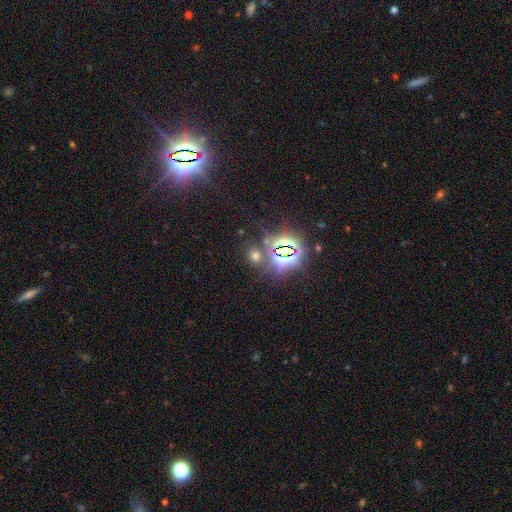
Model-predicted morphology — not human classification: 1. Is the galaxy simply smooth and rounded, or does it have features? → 48% star or artifact, 44% smooth, 8% featured or disk.